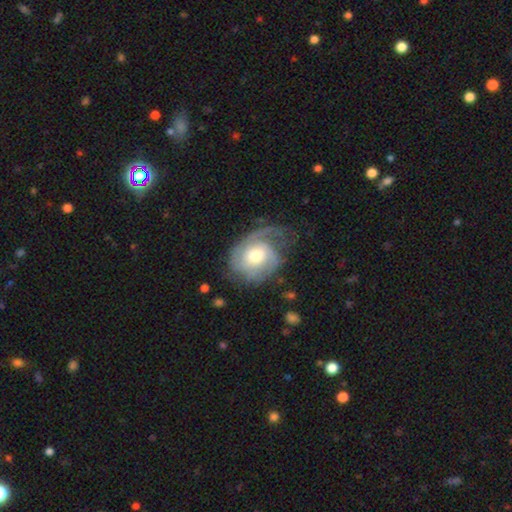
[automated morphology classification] featured or disk 78%, smooth 16%, star or artifact 5%. Down the decision tree: edge-on disk — no (97%); bar — no (65%); spiral arms — yes (93%); spiral arm count — 2 (35%); spiral winding — tight (47%); bulge size — moderate (67%); merging — none (52%).